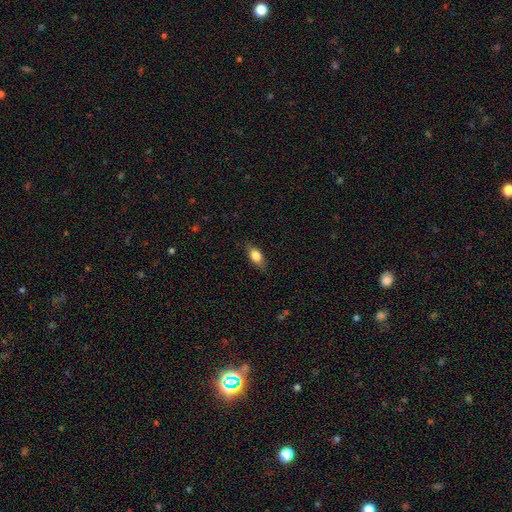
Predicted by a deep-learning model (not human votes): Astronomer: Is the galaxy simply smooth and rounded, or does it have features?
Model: smooth — 76%.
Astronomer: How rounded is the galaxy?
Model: in between — 80%.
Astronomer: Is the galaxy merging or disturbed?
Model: none — 81%.